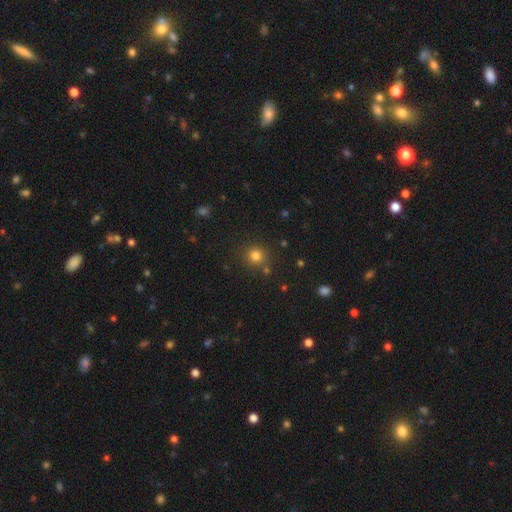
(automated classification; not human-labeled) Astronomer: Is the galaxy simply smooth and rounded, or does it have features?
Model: smooth — 79%.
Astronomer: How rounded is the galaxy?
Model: round — 92%.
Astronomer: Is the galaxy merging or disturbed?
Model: none — 82%.